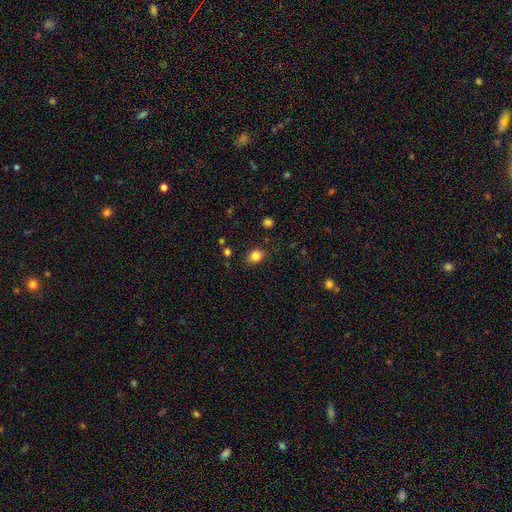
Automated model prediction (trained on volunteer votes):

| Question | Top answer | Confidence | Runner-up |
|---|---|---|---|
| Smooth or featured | smooth | 83% | star or artifact (11%) |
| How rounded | in between | 56% | round (43%) |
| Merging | none | 81% | minor disturbance (13%) |